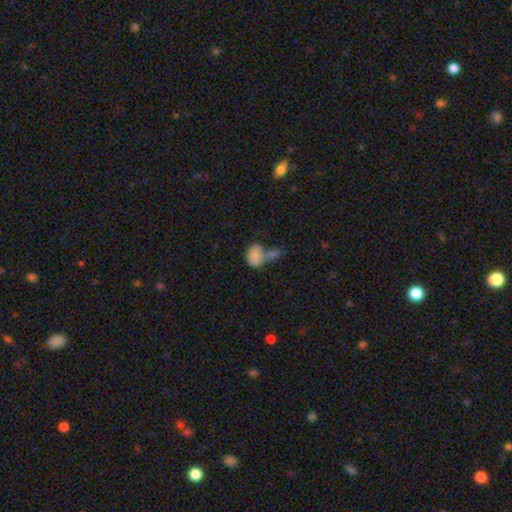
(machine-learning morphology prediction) smooth 80%, featured or disk 10%, star or artifact 9%. Down the decision tree: how rounded — in between (75%); merging — merger (55%).